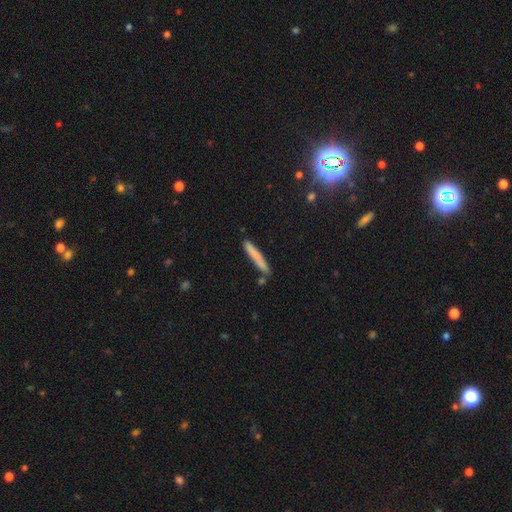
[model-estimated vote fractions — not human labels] The model was most divided on "smooth or featured": smooth: 75%, featured or disk: 18%, star or artifact: 7%. More confident: how rounded — cigar-shaped (95%); merging — none (81%).